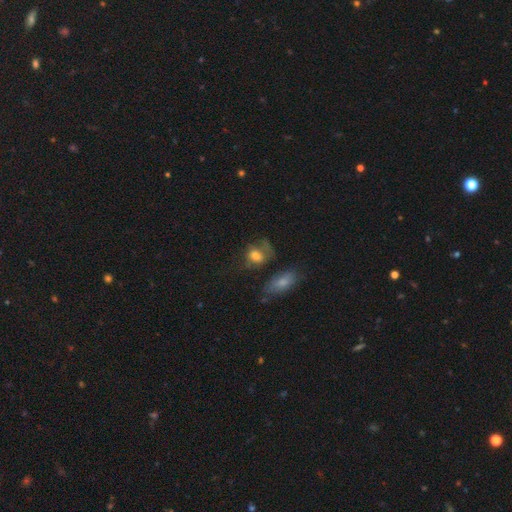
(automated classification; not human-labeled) Smooth or featured: smooth — 69% (featured or disk — 19%)
How rounded: in between — 62% (round — 35%)
Merging: none — 40% (minor disturbance — 26%)